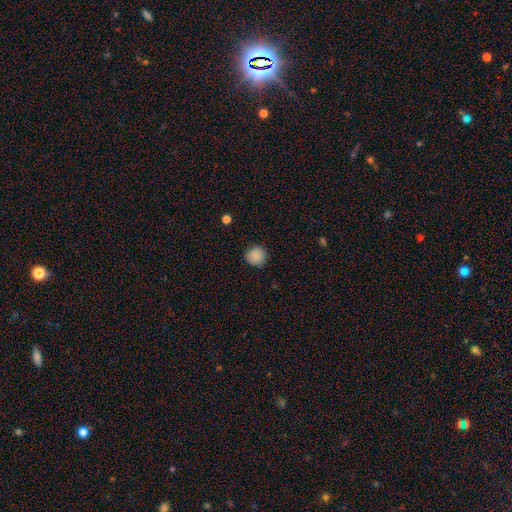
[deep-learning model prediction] Q: Smooth or featured?
A: smooth (87%); runner-up: star or artifact (9%)
Q: How rounded?
A: round (93%); runner-up: in between (6%)
Q: Merging?
A: none (88%); runner-up: minor disturbance (9%)